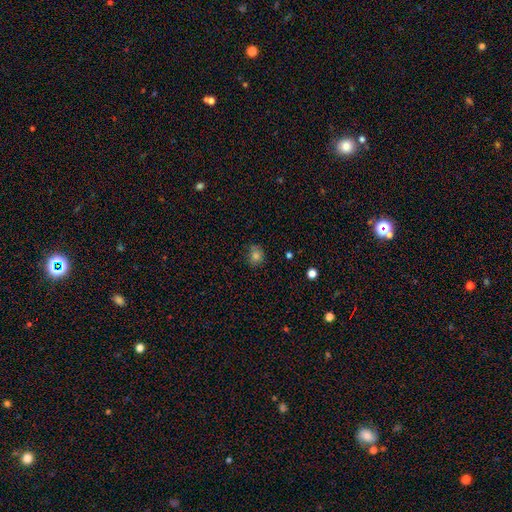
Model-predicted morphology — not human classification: type=smooth (74%); roundness=round (72%); merging=none (78%).